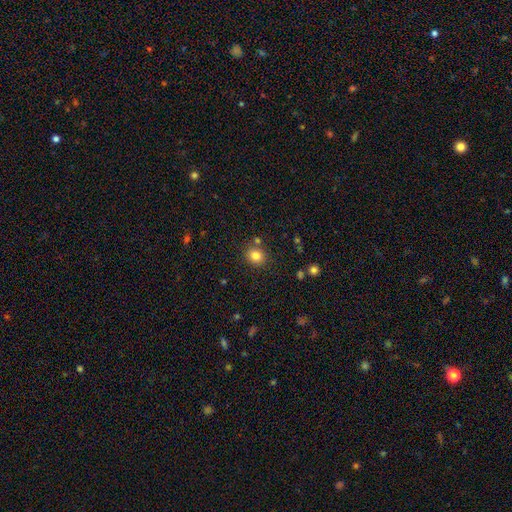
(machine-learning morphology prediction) Overall: smooth (81%). How rounded: round (76%). Merging: none (79%).